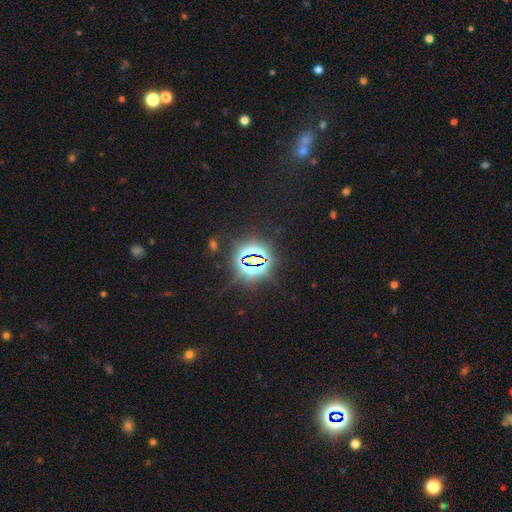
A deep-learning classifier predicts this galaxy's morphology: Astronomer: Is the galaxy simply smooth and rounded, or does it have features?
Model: star or artifact — 84%.